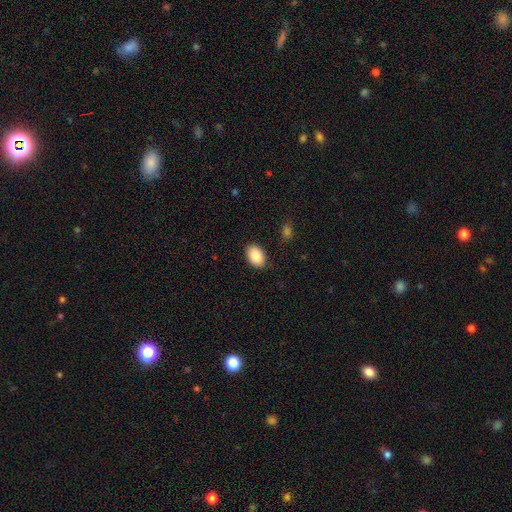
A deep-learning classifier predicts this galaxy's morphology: A smooth galaxy with no disk features (87%) that is in between round and cigar-shaped (84%).

Vote fractions:
- Smooth or featured? smooth: 87% / star or artifact: 7% / featured or disk: 6%
- How rounded? in between: 84% / round: 15% / cigar-shaped: 1%
- Merging? none: 88% / minor disturbance: 9% / major disturbance: 2% / merger: 1%